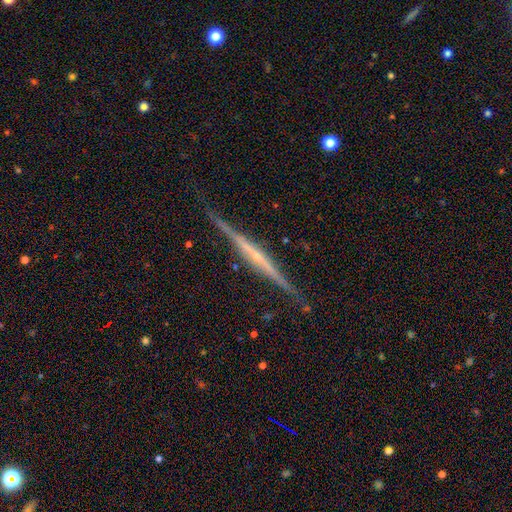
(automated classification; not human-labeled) smooth-or-featured: featured or disk: 84% | smooth: 10% | star or artifact: 6%
  disk-edge-on: yes: 98% | no: 2%
    edge-on-bulge: rounded: 52% | none: 37% | boxy: 12%
  merging: none: 87% | minor disturbance: 10% | major disturbance: 2% | merger: 1%